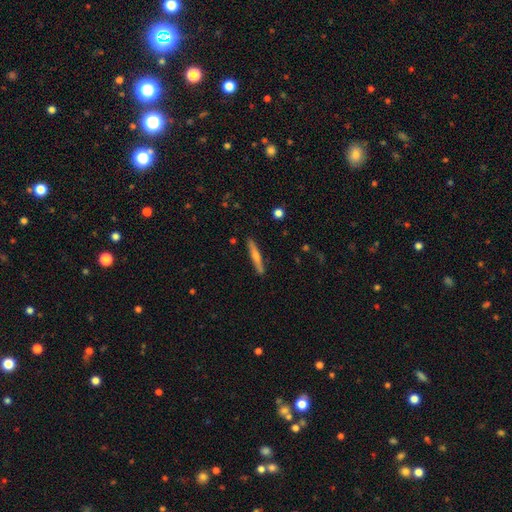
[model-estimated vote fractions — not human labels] A featured or disk galaxy (51%) viewed edge-on (95%). Merging: none (88%).